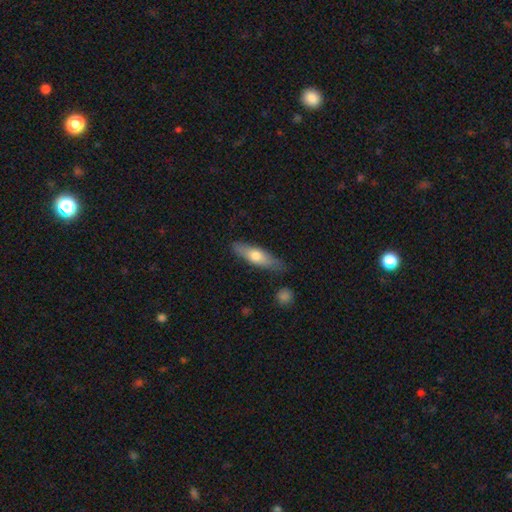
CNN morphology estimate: smooth_or_featured: smooth (p=0.59) [alt: featured or disk p=0.36]
how_rounded: cigar-shaped (p=0.61) [alt: in between p=0.36]
merging: none (p=0.77) [alt: minor disturbance p=0.17]